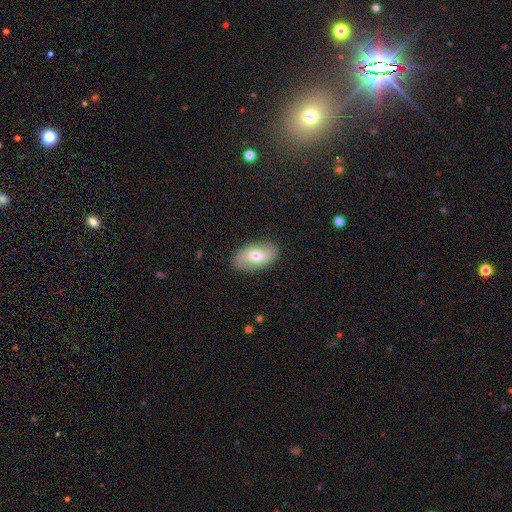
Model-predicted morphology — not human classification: This is likely a smooth galaxy (63%). How rounded: clearly in between (93%). Merging: clearly none (86%).